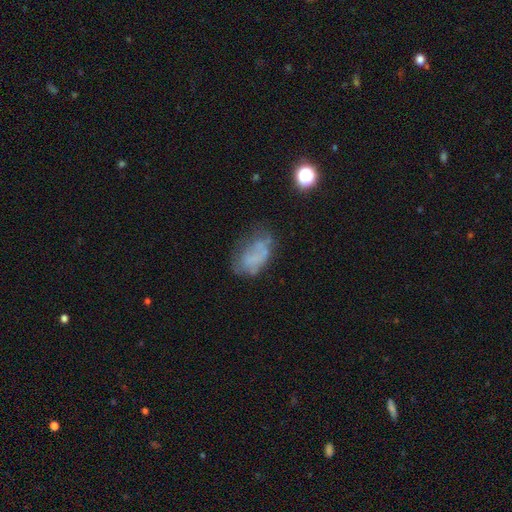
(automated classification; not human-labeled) This is possibly a smooth galaxy (47%). Merging: marginally none (40%).